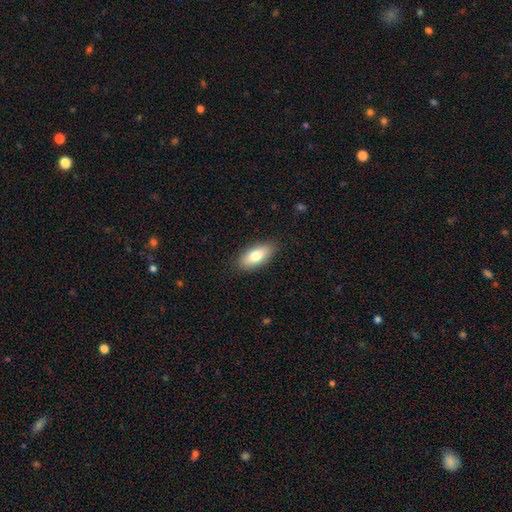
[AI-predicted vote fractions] smooth 79%, featured or disk 15%, star or artifact 7%. Down the decision tree: how rounded — in between (85%); merging — none (87%).